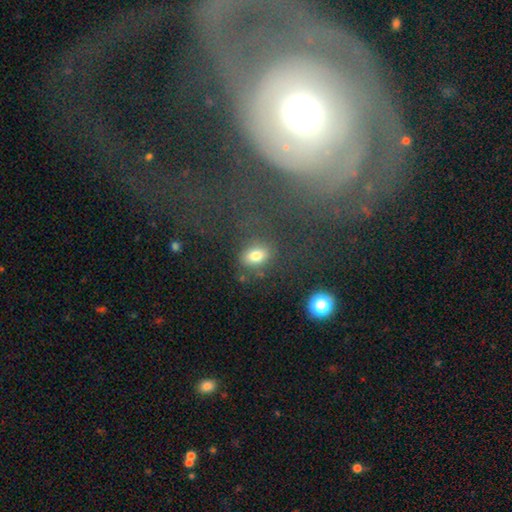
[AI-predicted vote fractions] This appears to be a smooth galaxy with no disk features (75%) that is in between round and cigar-shaped (72%). Merging: none (75%).